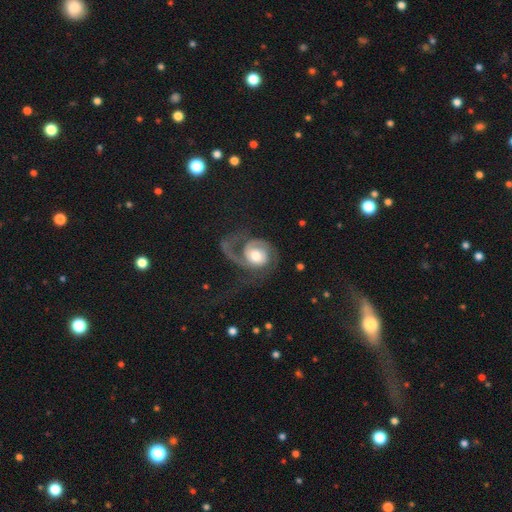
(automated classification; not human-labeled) featured or disk 82%, smooth 13%, star or artifact 5%. Down the decision tree: edge-on disk — no (98%); bar — no (67%); spiral arms — yes (95%); spiral arm count — 1 (53%); spiral winding — medium (40%); bulge size — moderate (61%); merging — major disturbance (46%).